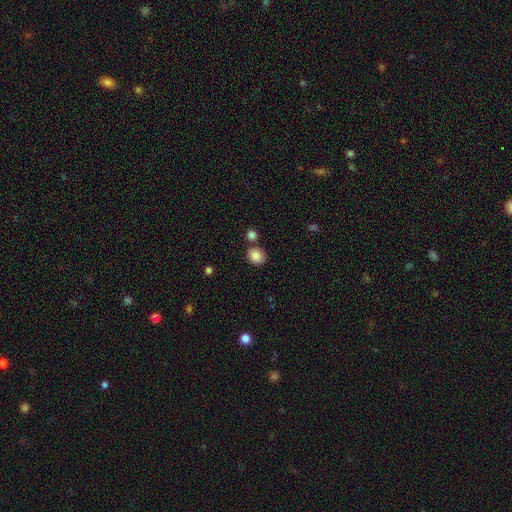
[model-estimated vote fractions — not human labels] smooth-or-featured: smooth: 87% | star or artifact: 9% | featured or disk: 4%
  how-rounded: round: 76% | in between: 23% | cigar-shaped: 1%
  merging: none: 72% | merger: 14% | minor disturbance: 11% | major disturbance: 3%